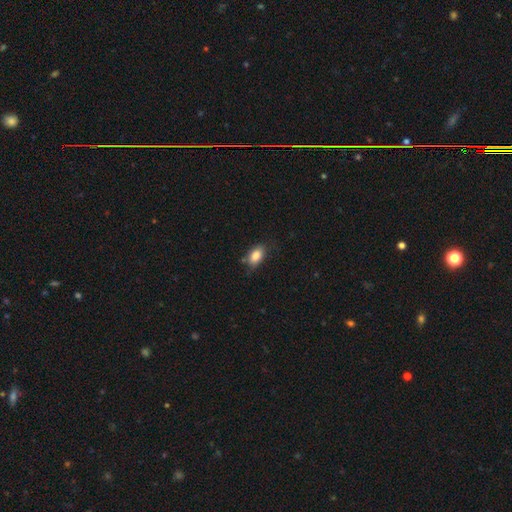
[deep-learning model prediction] smooth_or_featured: smooth (p=0.84) [alt: star or artifact p=0.08]
how_rounded: in between (p=0.88) [alt: round p=0.09]
merging: none (p=0.70) [alt: minor disturbance p=0.23]